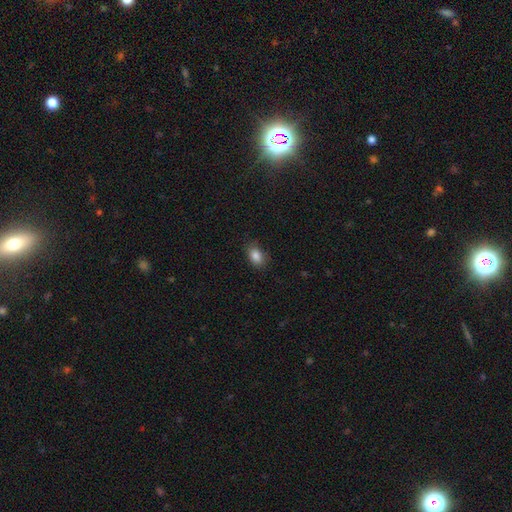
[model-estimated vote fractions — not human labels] smooth 86%, star or artifact 9%, featured or disk 5%. Down the decision tree: how rounded — in between (85%); merging — none (83%).